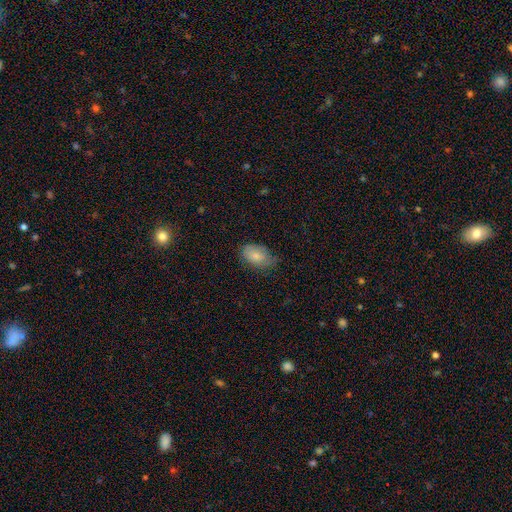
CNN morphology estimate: Smooth or featured? Predicted: smooth (p=0.79). How rounded? Predicted: in between (p=0.90). Merging? Predicted: none (p=0.63).